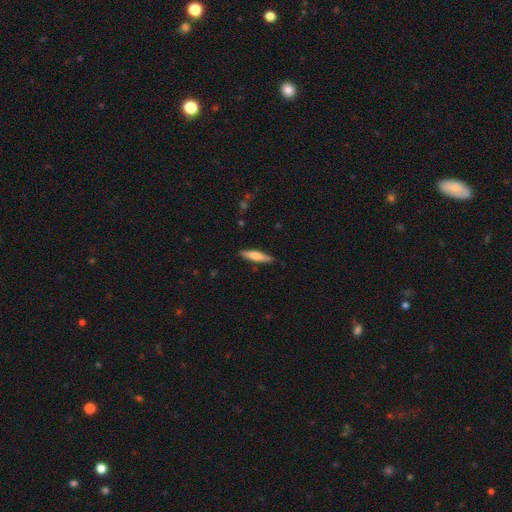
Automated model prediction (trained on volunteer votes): The model was most divided on "smooth or featured": smooth: 74%, featured or disk: 21%, star or artifact: 5%. More confident: merging — none (86%); how rounded — cigar-shaped (82%).